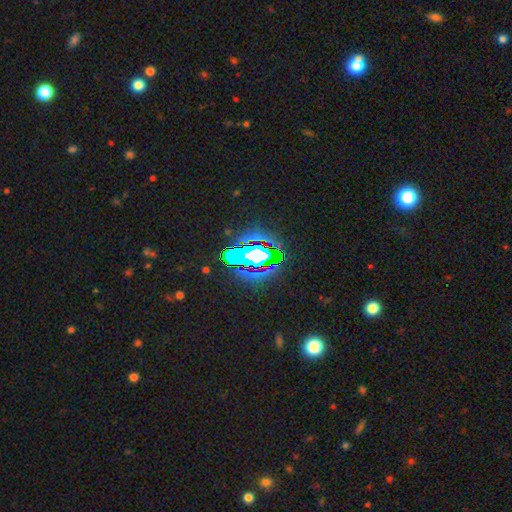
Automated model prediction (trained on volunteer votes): star or artifact 65%, smooth 19%, featured or disk 16%.